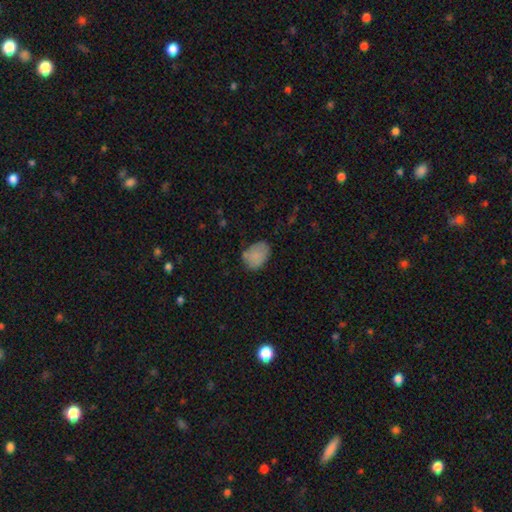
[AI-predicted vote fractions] Q: Smooth or featured?
A: smooth (81%); runner-up: featured or disk (11%)
Q: How rounded?
A: in between (74%); runner-up: round (25%)
Q: Merging?
A: none (67%); runner-up: minor disturbance (24%)